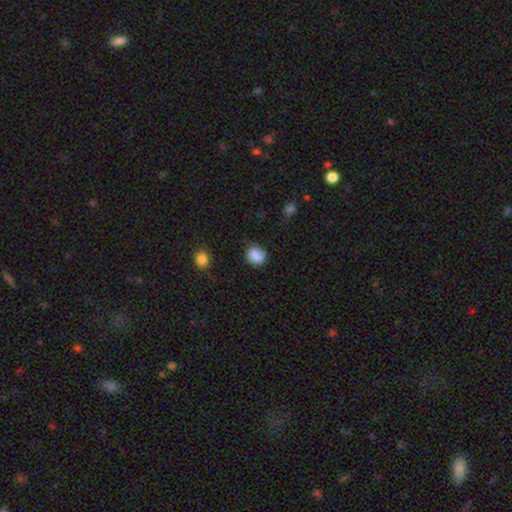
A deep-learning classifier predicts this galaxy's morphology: A smooth galaxy with no disk features (84%) that is round (62%). Merging: none (69%).